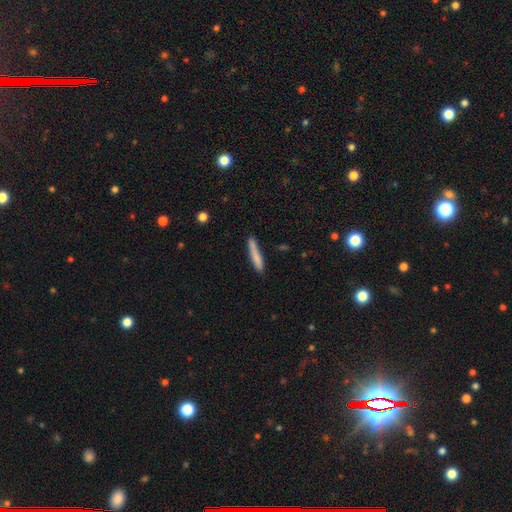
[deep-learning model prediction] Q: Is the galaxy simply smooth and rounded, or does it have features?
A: smooth — 78%.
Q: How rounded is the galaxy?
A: cigar-shaped — 93%.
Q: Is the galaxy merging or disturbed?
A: none — 78%.